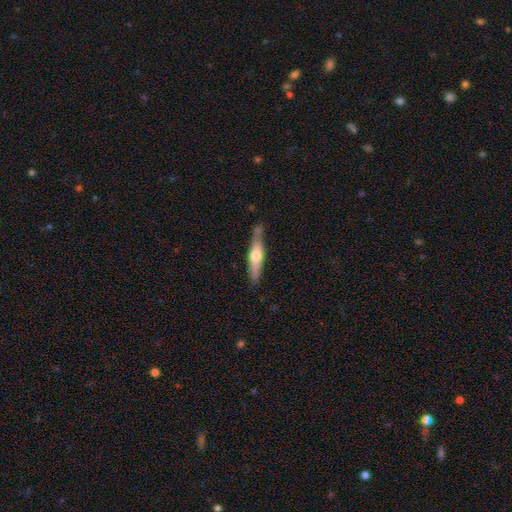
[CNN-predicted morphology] Smooth or featured?
  - featured or disk: 50% *
  - smooth: 45%
  - star or artifact: 5%
Edge-on disk?
  - yes: 91% *
  - no: 9%
Merging?
  - none: 78% *
  - minor disturbance: 16%
  - major disturbance: 3%
  - merger: 3%